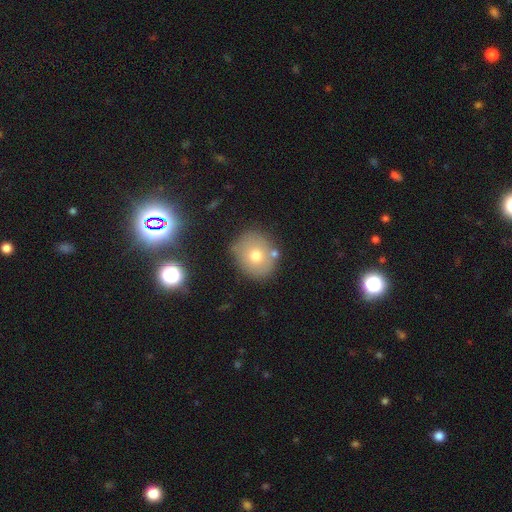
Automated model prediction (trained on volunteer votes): Smooth or featured?
  - smooth: 69% *
  - featured or disk: 19%
  - star or artifact: 12%
How rounded?
  - round: 77% *
  - in between: 22%
  - cigar-shaped: 1%
Merging?
  - none: 75% *
  - minor disturbance: 13%
  - merger: 8%
  - major disturbance: 4%